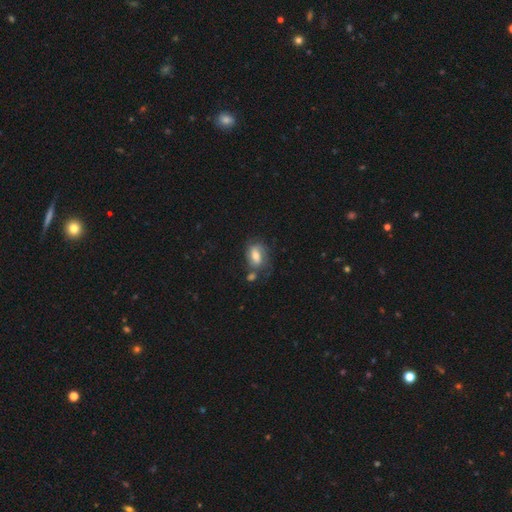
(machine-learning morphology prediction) type=smooth (56%); roundness=in between (83%); merging=none (49%).